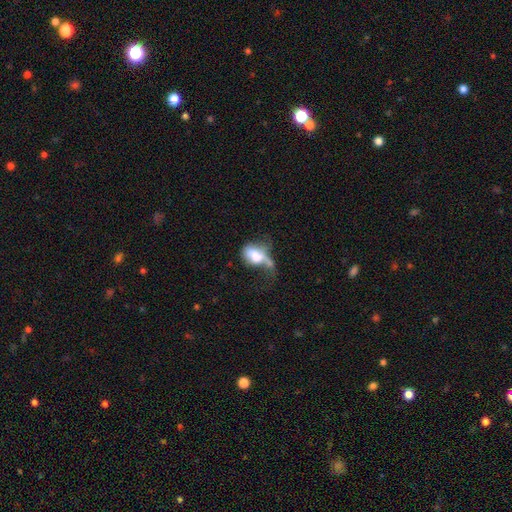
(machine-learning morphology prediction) Overall: smooth (63%; featured or disk 28%). How rounded: in between (79%). Merging: major disturbance (47%; merger 22%).